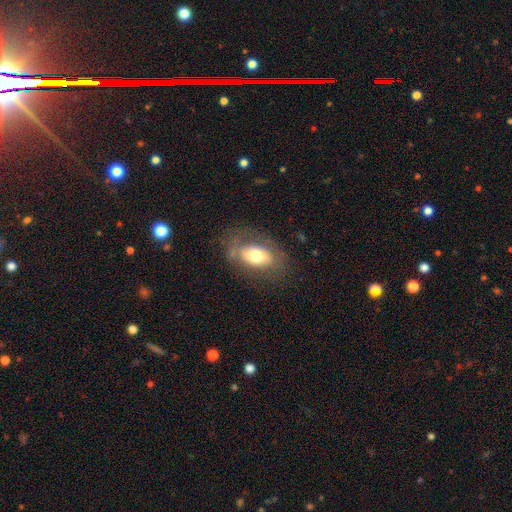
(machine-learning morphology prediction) A smooth galaxy with no disk features (59%) that is in between round and cigar-shaped (87%).

Vote fractions:
- Smooth or featured? smooth: 59% / featured or disk: 33% / star or artifact: 8%
- How rounded? in between: 87% / round: 11% / cigar-shaped: 2%
- Merging? none: 67% / minor disturbance: 20% / major disturbance: 11% / merger: 2%